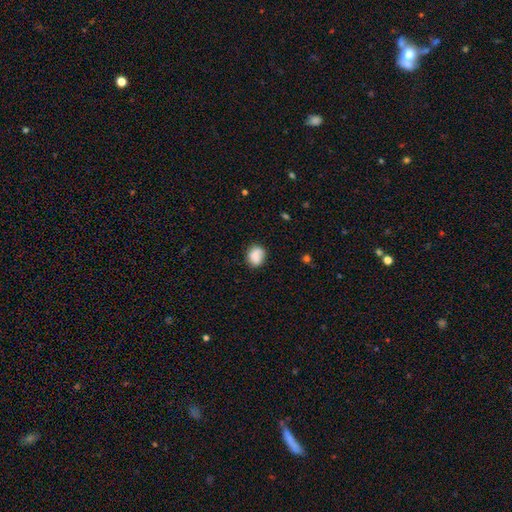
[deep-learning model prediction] Smooth or featured: smooth — 83% (featured or disk — 9%)
How rounded: round — 62% (in between — 37%)
Merging: none — 70% (minor disturbance — 21%)